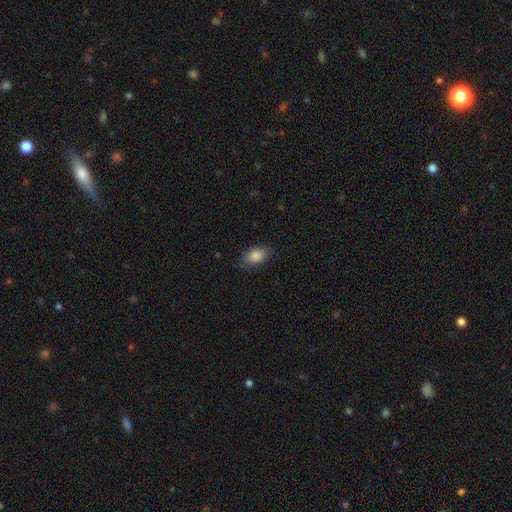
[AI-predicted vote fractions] Smooth or featured?
  - smooth: 85% *
  - star or artifact: 8%
  - featured or disk: 7%
How rounded?
  - in between: 85% *
  - round: 13%
  - cigar-shaped: 2%
Merging?
  - none: 77% *
  - minor disturbance: 18%
  - major disturbance: 4%
  - merger: 1%